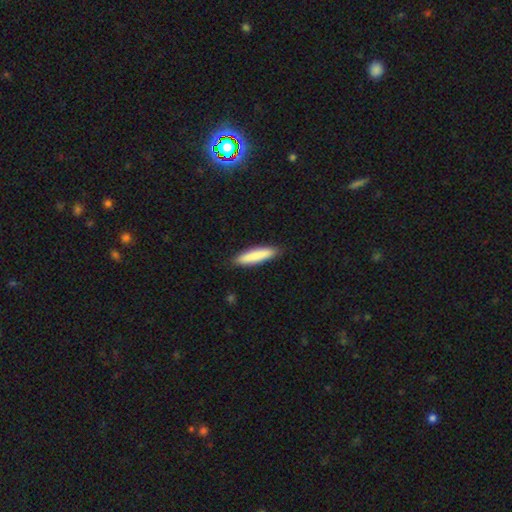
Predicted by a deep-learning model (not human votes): Morphology: type=smooth (84%); roundness=cigar-shaped (82%); merging=none (89%).